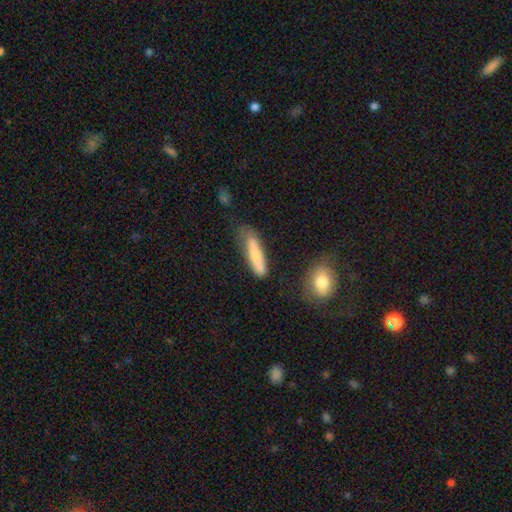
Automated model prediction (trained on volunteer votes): The model was most divided on "merging": none: 58%, minor disturbance: 27%, major disturbance: 10%, merger: 6%. More confident: how rounded — cigar-shaped (79%); smooth or featured — smooth (72%).